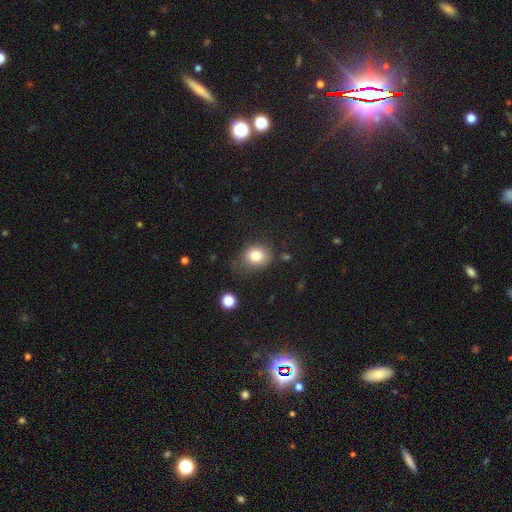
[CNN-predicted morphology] This appears to be a smooth galaxy with no disk features (80%) that is round (62%). Merging: none (66%).